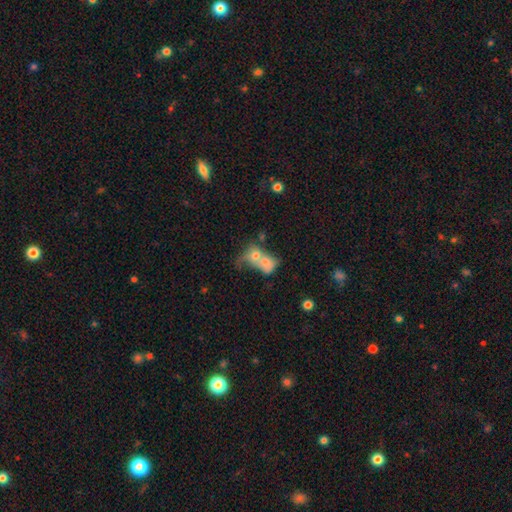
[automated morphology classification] Overall: smooth (62%; featured or disk 27%). How rounded: in between (59%; round 39%). Merging: merger (75%).